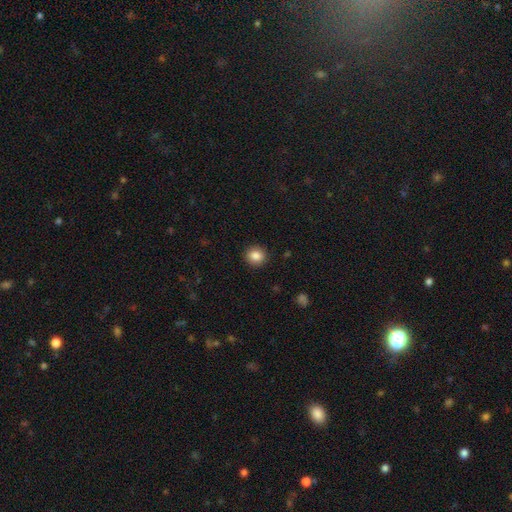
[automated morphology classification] This is clearly a smooth galaxy (85%). How rounded: clearly round (90%). Merging: clearly none (92%).